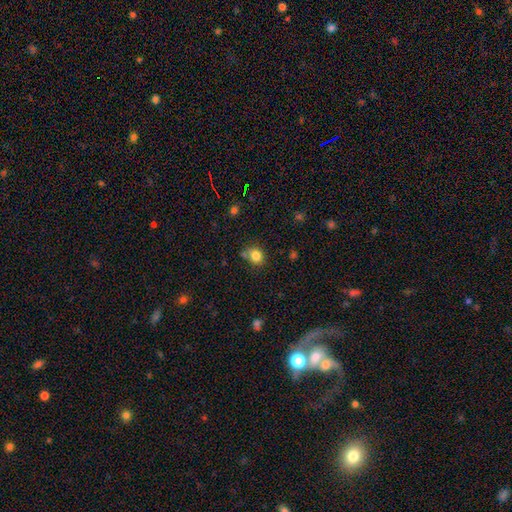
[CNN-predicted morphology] smooth_or_featured: smooth (p=0.82) [alt: star or artifact p=0.12]
how_rounded: round (p=0.74) [alt: in between p=0.25]
merging: none (p=0.67) [alt: minor disturbance p=0.16]